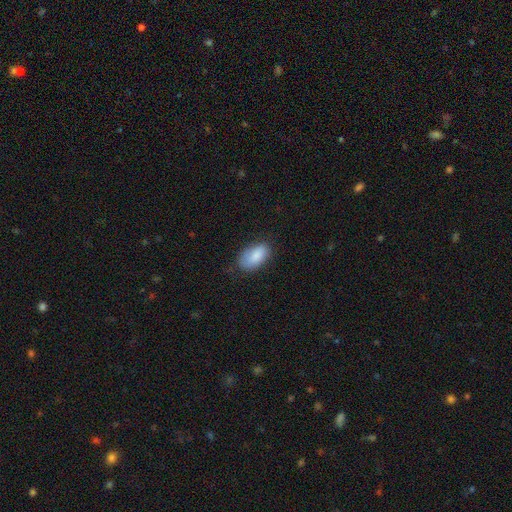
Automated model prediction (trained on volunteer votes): A smooth galaxy with no disk features (85%) that is in between round and cigar-shaped (94%).

Vote fractions:
- Smooth or featured? smooth: 85% / featured or disk: 9% / star or artifact: 6%
- How rounded? in between: 94% / round: 3% / cigar-shaped: 3%
- Merging? none: 70% / minor disturbance: 23% / major disturbance: 5% / merger: 1%